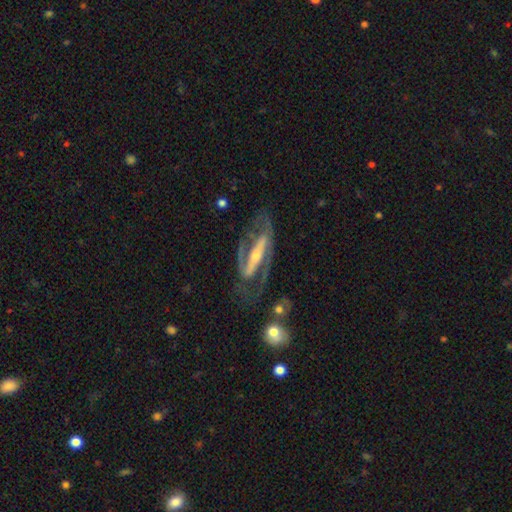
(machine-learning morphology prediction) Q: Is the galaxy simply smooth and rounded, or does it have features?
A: featured or disk — 89%.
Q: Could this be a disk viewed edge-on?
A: no — 87%.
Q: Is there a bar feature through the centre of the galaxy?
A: strong — 75%.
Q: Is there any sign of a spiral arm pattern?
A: yes — 91%.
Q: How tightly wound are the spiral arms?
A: medium — 50%.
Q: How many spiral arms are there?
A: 2 — 89%.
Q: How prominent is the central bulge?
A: small — 53%.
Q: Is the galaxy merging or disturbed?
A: none — 66%.